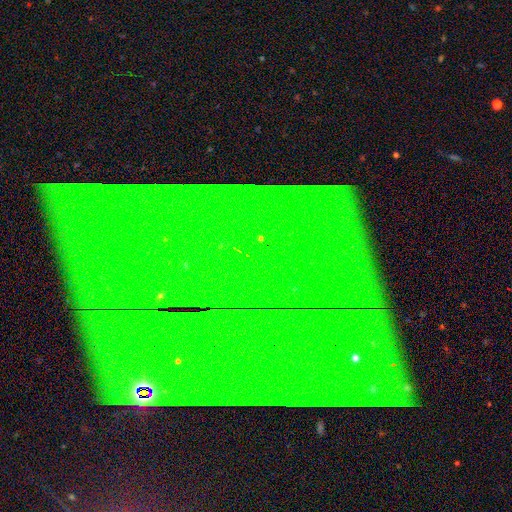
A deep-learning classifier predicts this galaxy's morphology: Smooth or featured? Predicted: star or artifact (p=0.84).